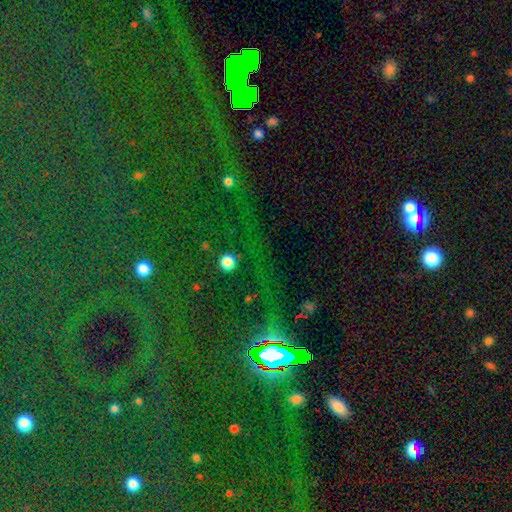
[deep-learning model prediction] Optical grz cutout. It shows a star or artifact, not a galaxy (78%).